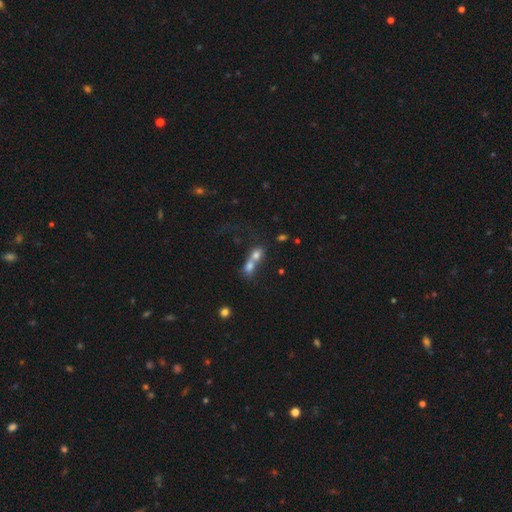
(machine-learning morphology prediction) Smooth or featured? smooth (66%)
How rounded? in between (52%)
Merging? merger (77%)